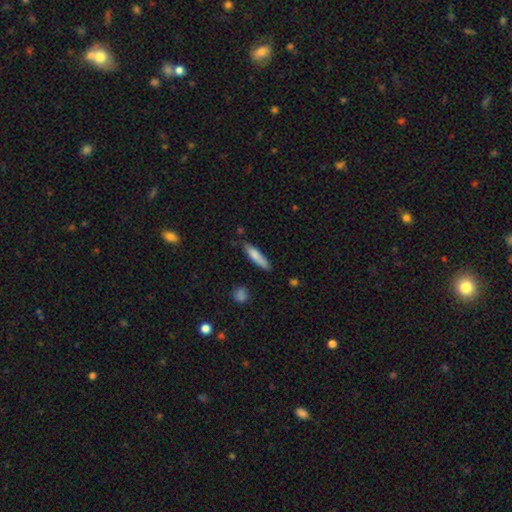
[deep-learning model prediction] Overall: smooth (79%). How rounded: cigar-shaped (78%). Merging: none (74%).